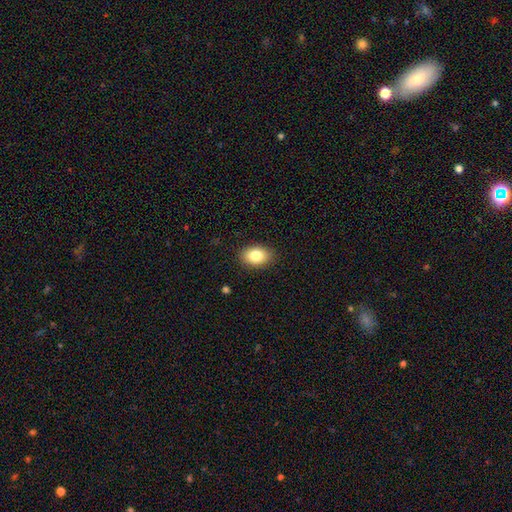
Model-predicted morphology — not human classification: A smooth galaxy with no disk features (85%) that is in between round and cigar-shaped (84%). Merging: none (87%).